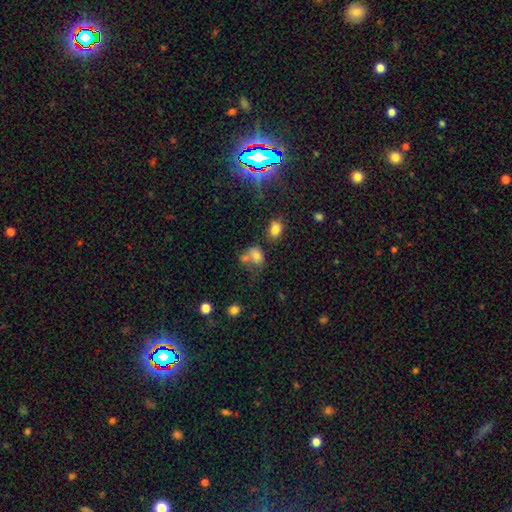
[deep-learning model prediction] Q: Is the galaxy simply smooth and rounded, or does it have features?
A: smooth — 72%.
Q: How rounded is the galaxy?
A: in between — 55%.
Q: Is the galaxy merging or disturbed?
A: merger — 40%.